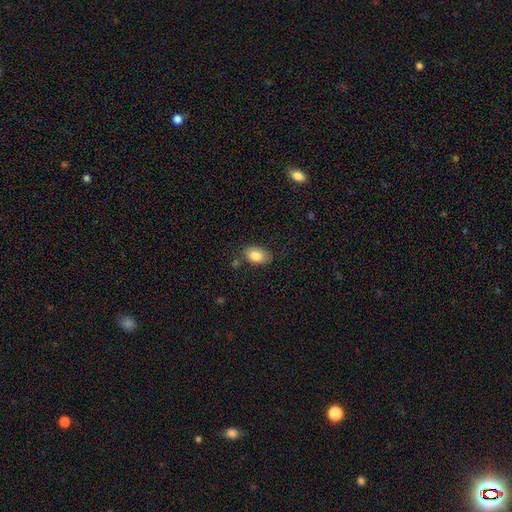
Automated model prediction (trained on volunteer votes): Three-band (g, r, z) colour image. It shows a smooth galaxy with no disk features (83%) that is in between round and cigar-shaped (89%). Merging: none (76%).